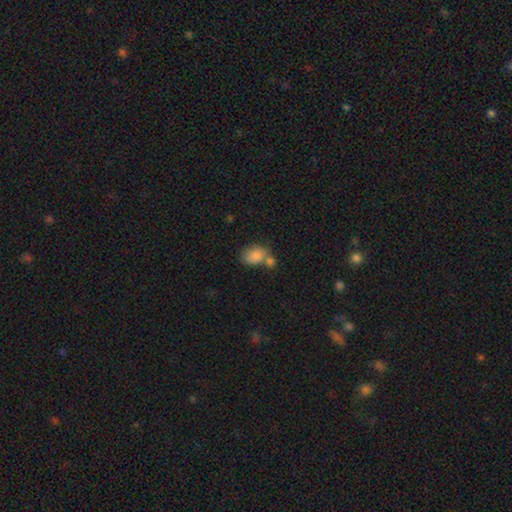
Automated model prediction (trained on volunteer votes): Overall: smooth (84%). How rounded: in between (74%). Merging: none (40%, tied with merger).